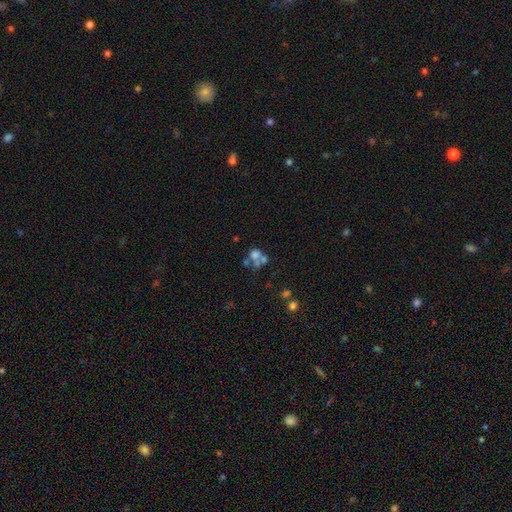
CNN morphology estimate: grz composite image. It shows a smooth galaxy with no disk features (57%) that is round (67%). Merging: merger (53%).